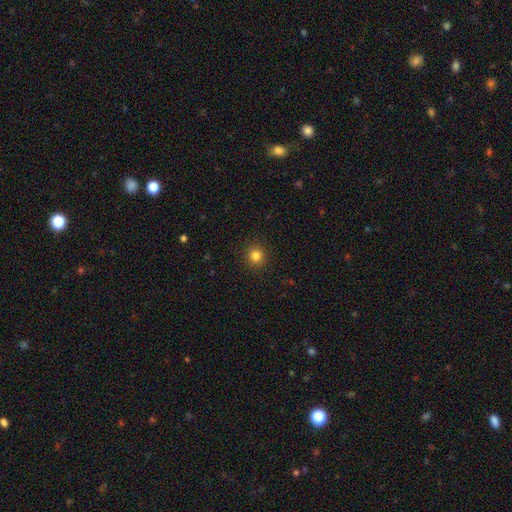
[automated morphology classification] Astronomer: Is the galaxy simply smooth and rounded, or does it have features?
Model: smooth — 82%.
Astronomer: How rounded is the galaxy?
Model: round — 91%.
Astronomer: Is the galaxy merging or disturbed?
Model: none — 92%.